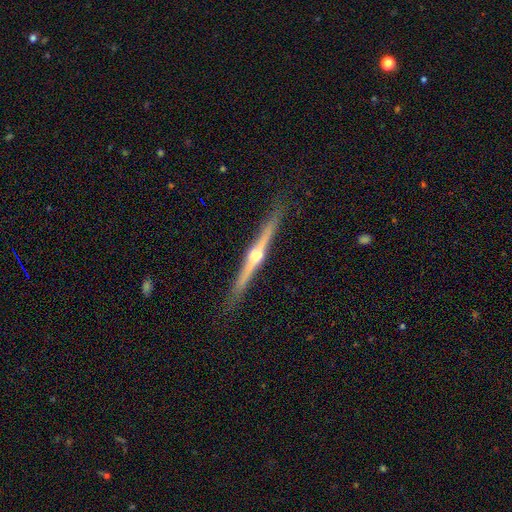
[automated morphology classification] type=featured or disk (82%); edge-on=yes (98%); edge-on bulge=rounded (94%); merging=none (90%).